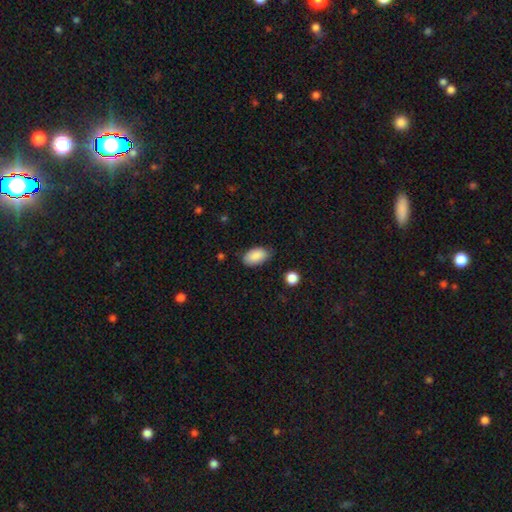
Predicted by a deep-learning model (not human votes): Smooth or featured? smooth (88%)
How rounded? in between (94%)
Merging? none (74%)